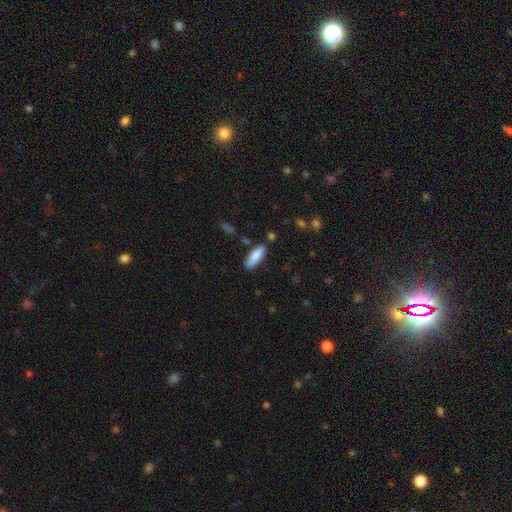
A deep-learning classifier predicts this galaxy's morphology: Smooth or featured?
  - smooth: 86% *
  - featured or disk: 8%
  - star or artifact: 6%
How rounded?
  - in between: 63% *
  - cigar-shaped: 35%
  - round: 2%
Merging?
  - none: 80% *
  - minor disturbance: 14%
  - merger: 3%
  - major disturbance: 3%